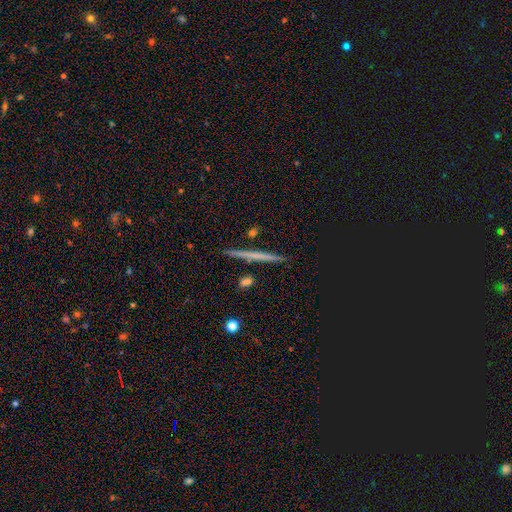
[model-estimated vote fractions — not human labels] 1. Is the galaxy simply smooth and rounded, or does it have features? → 47% featured or disk, 45% smooth, 8% star or artifact.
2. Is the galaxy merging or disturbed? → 91% none, 6% minor disturbance, 2% merger, 1% major disturbance.